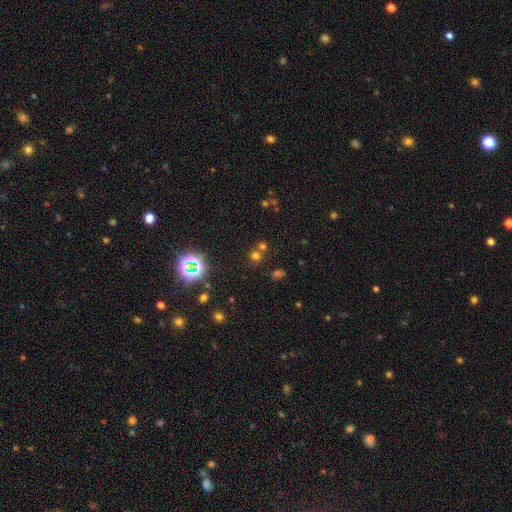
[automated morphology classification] A smooth galaxy with no disk features (49%). Merging: none (60%).